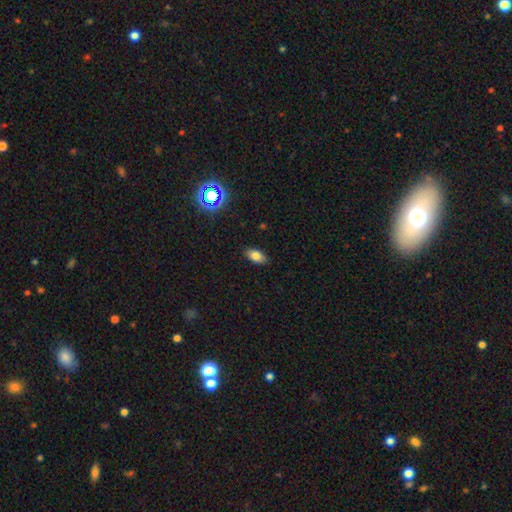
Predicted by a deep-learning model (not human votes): Overall: smooth (79%). How rounded: in between (90%). Merging: none (87%).